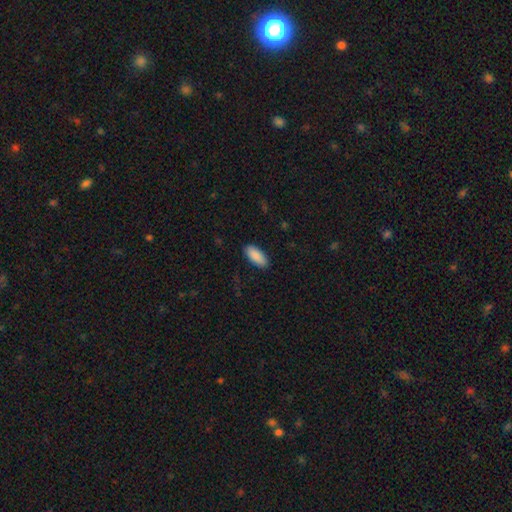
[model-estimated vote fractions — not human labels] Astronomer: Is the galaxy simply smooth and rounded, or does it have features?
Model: smooth — 90%.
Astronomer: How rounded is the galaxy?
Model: in between — 87%.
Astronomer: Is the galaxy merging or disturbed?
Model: none — 88%.